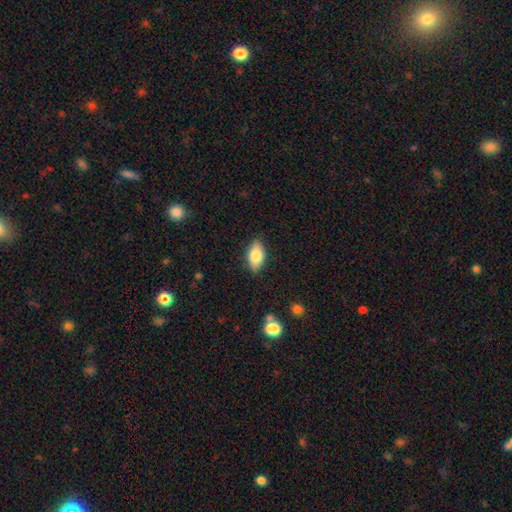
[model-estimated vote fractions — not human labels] Overall: smooth (76%). How rounded: in between (88%). Merging: none (84%).